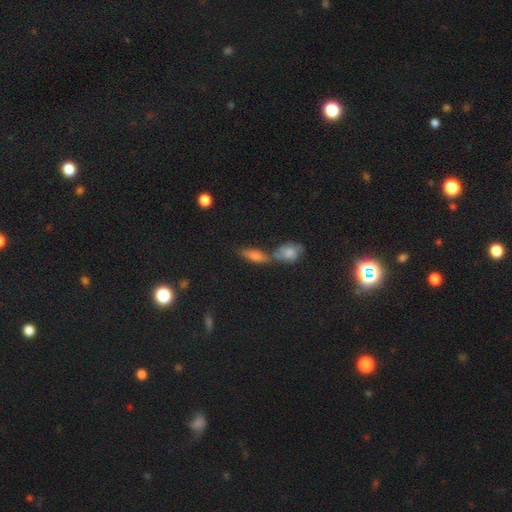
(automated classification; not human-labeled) This is possibly a smooth galaxy (49%). Merging: marginally none (44%).